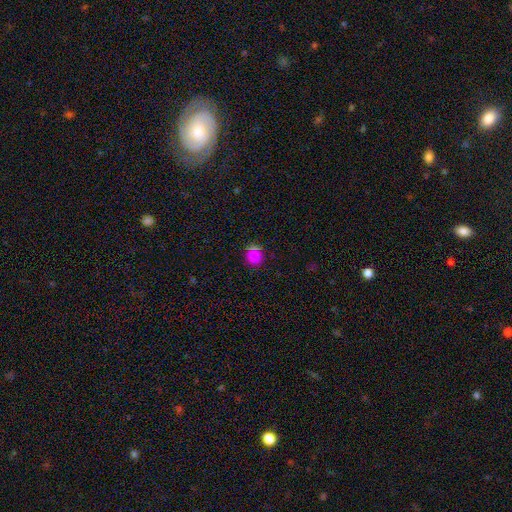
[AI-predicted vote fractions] This appears to be a smooth galaxy with no disk features (78%) that is round (82%). Merging: none (75%).